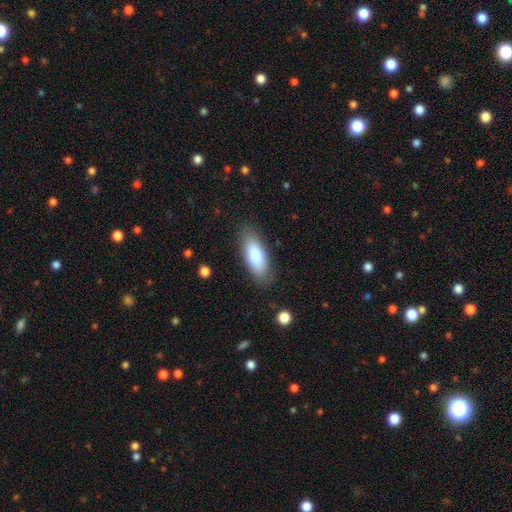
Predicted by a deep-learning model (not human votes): This is likely a smooth galaxy (77%). How rounded: likely in between (78%). Merging: clearly none (85%).